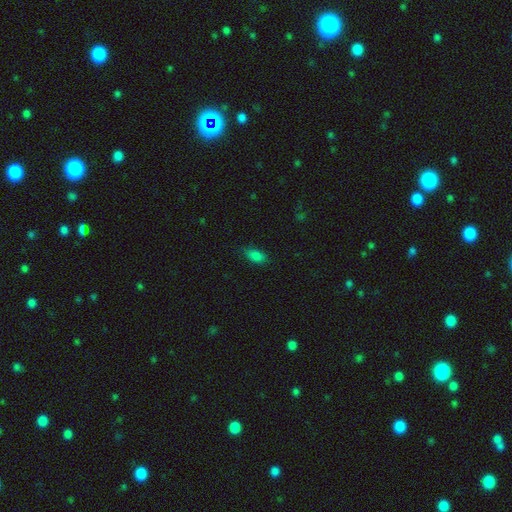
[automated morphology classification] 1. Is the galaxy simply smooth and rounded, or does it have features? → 83% smooth, 11% star or artifact, 6% featured or disk.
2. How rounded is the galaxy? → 88% in between, 8% cigar-shaped, 4% round.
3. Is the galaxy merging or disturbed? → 81% none, 15% minor disturbance, 3% major disturbance, 1% merger.